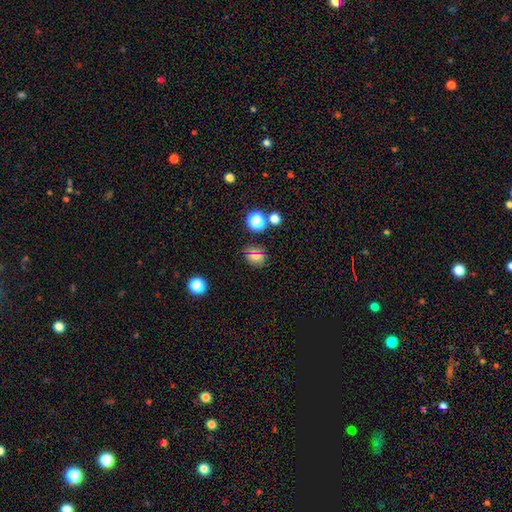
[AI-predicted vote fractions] smooth-or-featured: smooth: 62% | star or artifact: 29% | featured or disk: 9%
  how-rounded: round: 59% | in between: 39% | cigar-shaped: 2%
  merging: none: 82% | minor disturbance: 11% | major disturbance: 4% | merger: 3%